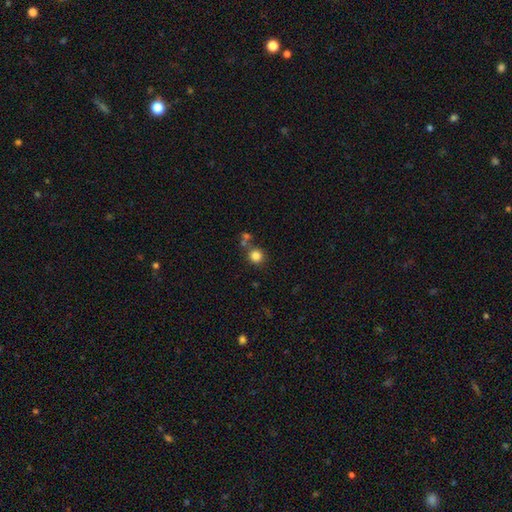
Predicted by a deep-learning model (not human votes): This is clearly a smooth galaxy (83%). How rounded: clearly round (92%). Merging: likely none (71%).